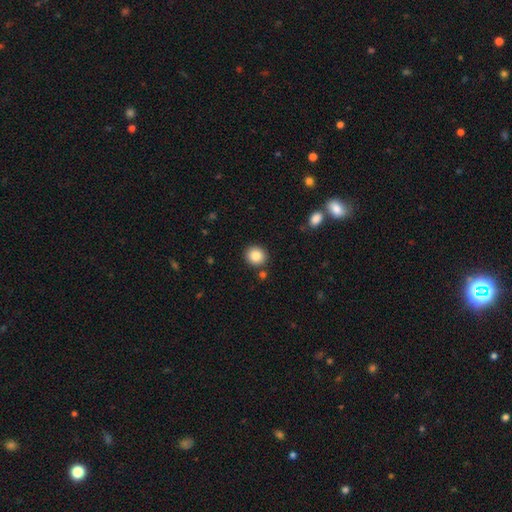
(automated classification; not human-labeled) smooth_or_featured: smooth (p=0.85) [alt: star or artifact p=0.09]
how_rounded: round (p=0.89) [alt: in between p=0.10]
merging: none (p=0.87) [alt: minor disturbance p=0.07]